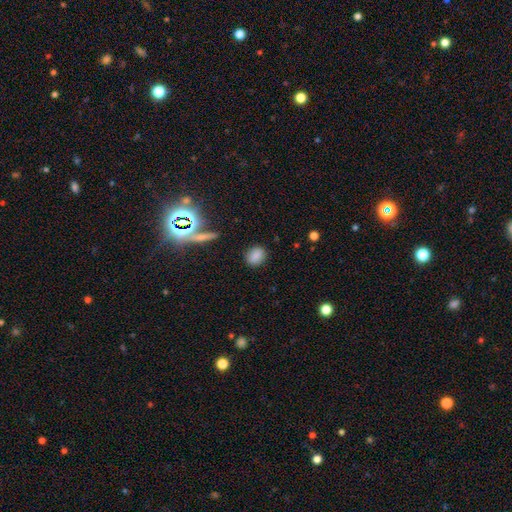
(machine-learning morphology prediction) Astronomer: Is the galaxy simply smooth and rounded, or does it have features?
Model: smooth — 82%.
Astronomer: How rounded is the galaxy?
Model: in between — 58% (runner-up: round, 39%).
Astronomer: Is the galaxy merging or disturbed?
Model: none — 86%.